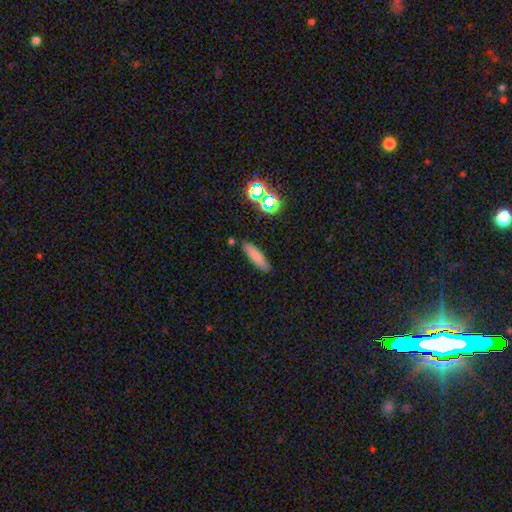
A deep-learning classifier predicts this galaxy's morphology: Smooth or featured: smooth — 77% (featured or disk — 12%)
How rounded: cigar-shaped — 70% (in between — 28%)
Merging: none — 85% (minor disturbance — 9%)